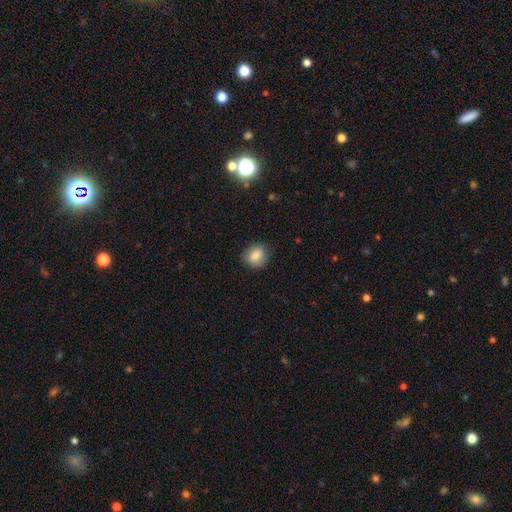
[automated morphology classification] smooth_or_featured: smooth (p=0.84) [alt: star or artifact p=0.09]
how_rounded: round (p=0.64) [alt: in between p=0.35]
merging: none (p=0.78) [alt: minor disturbance p=0.17]